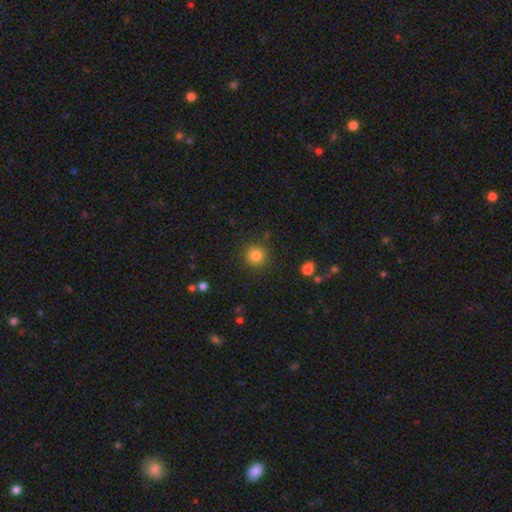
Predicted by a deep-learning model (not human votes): smooth-or-featured: smooth: 84% | star or artifact: 11% | featured or disk: 5%
  how-rounded: round: 93% | in between: 6% | cigar-shaped: 1%
  merging: none: 88% | minor disturbance: 7% | major disturbance: 3% | merger: 2%